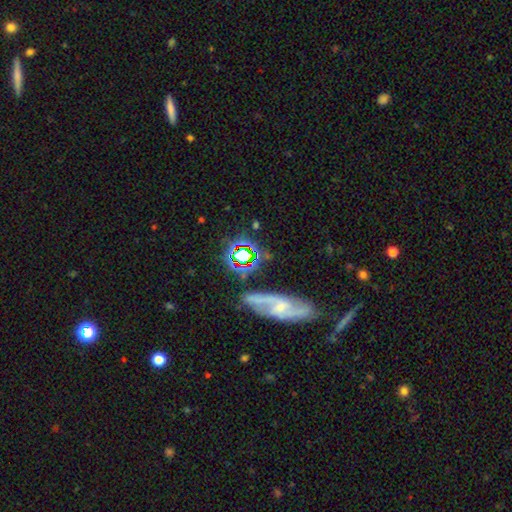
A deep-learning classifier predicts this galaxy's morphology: This appears to be a featured or disk galaxy (35%, tied with star or artifact). Merging: none (70%).